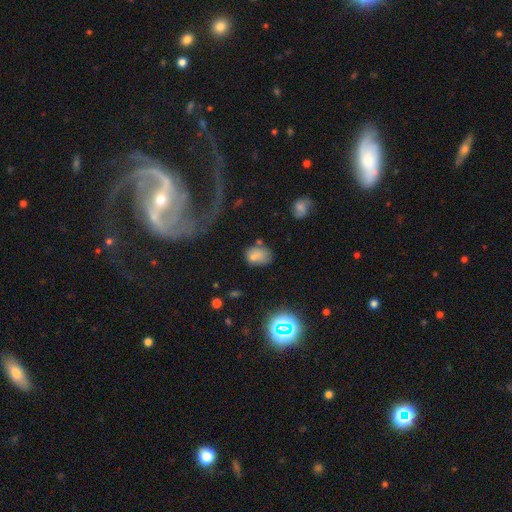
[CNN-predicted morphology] A smooth galaxy with no disk features (70%) that is in between round and cigar-shaped (68%). Merging: none (57%).